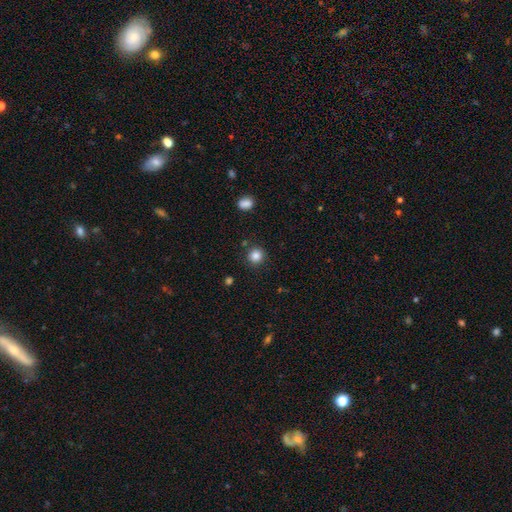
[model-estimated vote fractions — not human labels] A smooth galaxy with no disk features (85%) that is round (92%).

Vote fractions:
- Smooth or featured? smooth: 85% / star or artifact: 11% / featured or disk: 4%
- How rounded? round: 92% / in between: 7% / cigar-shaped: 1%
- Merging? none: 87% / minor disturbance: 7% / merger: 3% / major disturbance: 2%